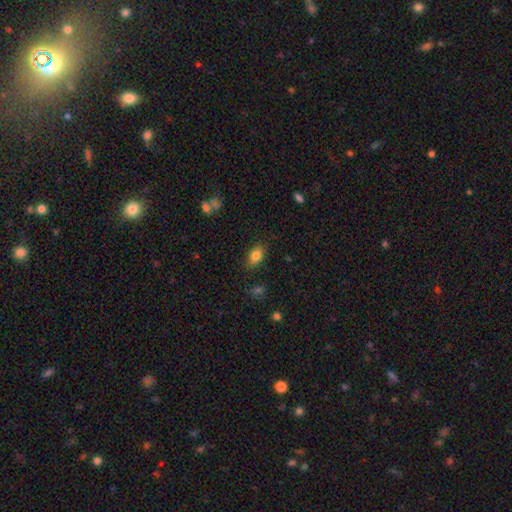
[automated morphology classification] A smooth galaxy with no disk features (82%) that is in between round and cigar-shaped (85%).

Vote fractions:
- Smooth or featured? smooth: 82% / star or artifact: 9% / featured or disk: 9%
- How rounded? in between: 85% / round: 11% / cigar-shaped: 4%
- Merging? none: 83% / minor disturbance: 13% / major disturbance: 3% / merger: 2%